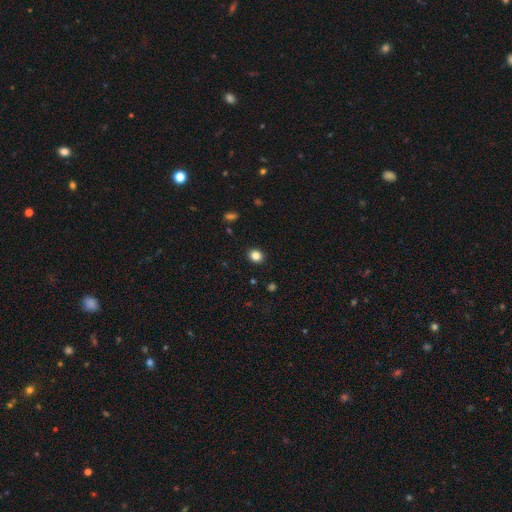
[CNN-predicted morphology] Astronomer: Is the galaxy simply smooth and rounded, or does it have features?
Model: smooth — 84%.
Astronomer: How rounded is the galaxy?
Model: round — 72%.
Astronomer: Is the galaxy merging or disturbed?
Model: none — 91%.